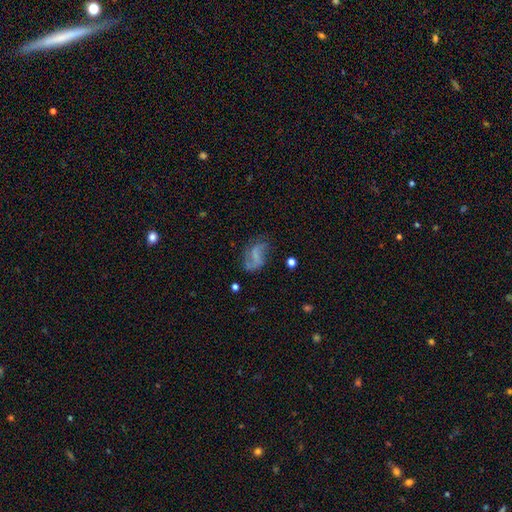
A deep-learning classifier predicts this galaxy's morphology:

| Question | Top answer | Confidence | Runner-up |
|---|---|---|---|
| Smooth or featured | featured or disk | 68% | smooth (22%) |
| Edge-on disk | no | 97% | yes (3%) |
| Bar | weak | 42% | no (39%) |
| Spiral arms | yes | 87% | no (13%) |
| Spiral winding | loose | 63% | medium (28%) |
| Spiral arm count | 2 | 83% | 1 (7%) |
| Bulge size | none | 56% | small (30%) |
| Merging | none | 58% | minor disturbance (22%) |